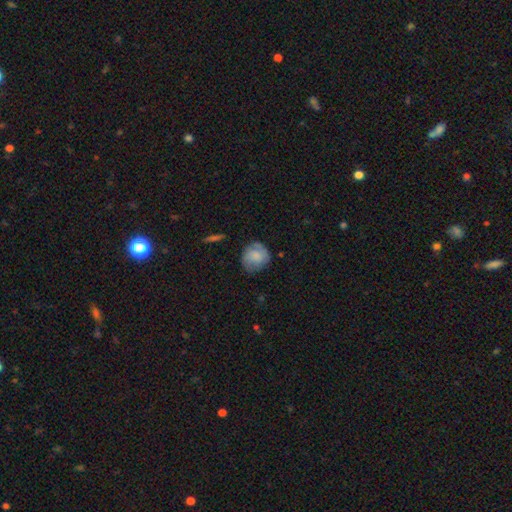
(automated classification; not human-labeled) smooth 65%, featured or disk 28%, star or artifact 7%. Down the decision tree: how rounded — round (84%); merging — none (68%).